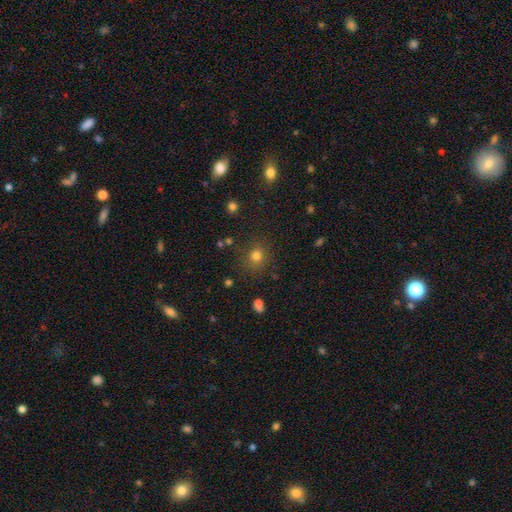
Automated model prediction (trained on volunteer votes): A smooth galaxy with no disk features (76%) that is round (78%). Merging: none (82%).